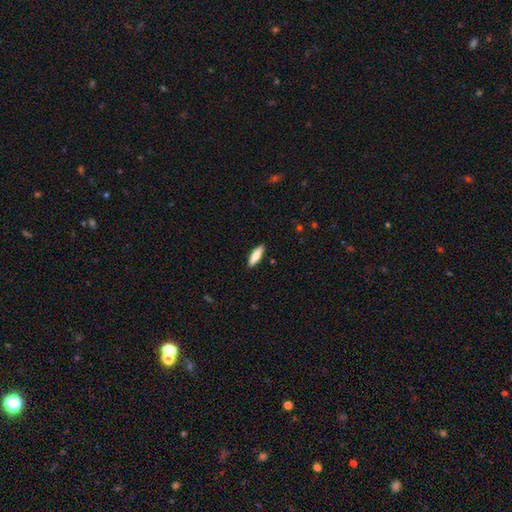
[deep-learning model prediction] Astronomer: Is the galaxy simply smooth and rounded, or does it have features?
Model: smooth — 77%.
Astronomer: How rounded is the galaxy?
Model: cigar-shaped — 55% (runner-up: in between, 43%).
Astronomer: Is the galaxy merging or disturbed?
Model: none — 90%.